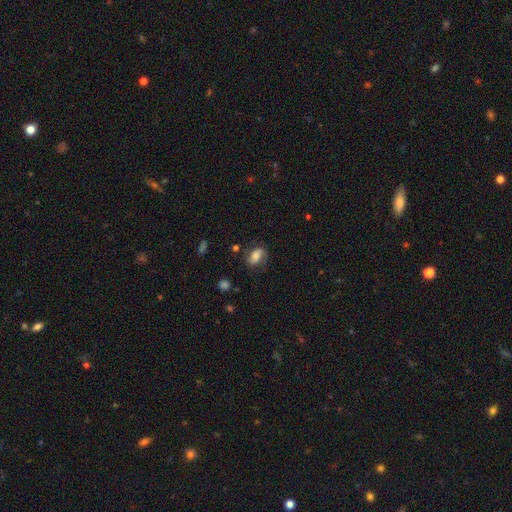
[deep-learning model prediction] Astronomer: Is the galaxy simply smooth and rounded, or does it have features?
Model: smooth — 46% (runner-up: featured or disk, 44%).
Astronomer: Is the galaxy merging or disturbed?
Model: none — 64%.